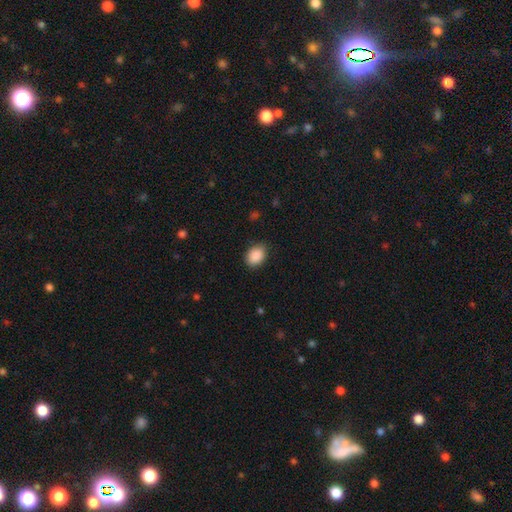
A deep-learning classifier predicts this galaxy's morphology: This is clearly a smooth galaxy (90%). How rounded: likely in between (67%). Merging: clearly none (83%).